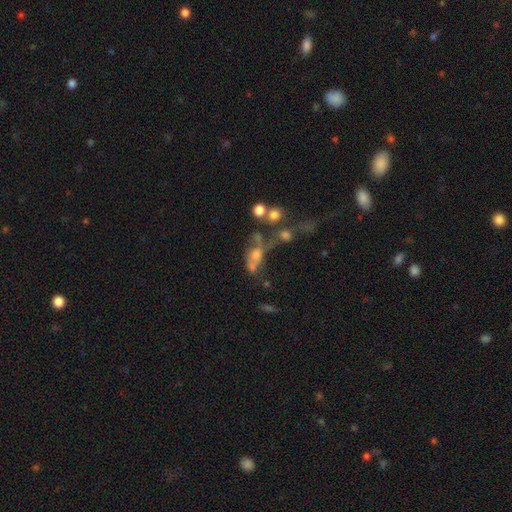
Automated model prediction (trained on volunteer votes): This is marginally a featured or disk galaxy (38%). Merging: marginally merger (43%).